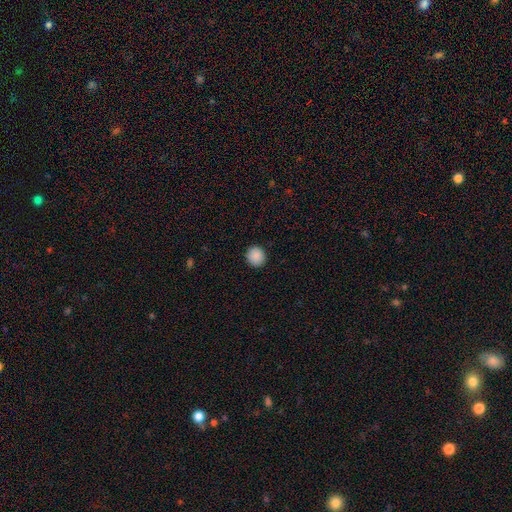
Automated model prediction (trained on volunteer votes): A smooth galaxy with no disk features (89%) that is round (90%).

Vote fractions:
- Smooth or featured? smooth: 89% / star or artifact: 8% / featured or disk: 2%
- How rounded? round: 90% / in between: 9% / cigar-shaped: 1%
- Merging? none: 92% / minor disturbance: 5% / major disturbance: 2% / merger: 1%